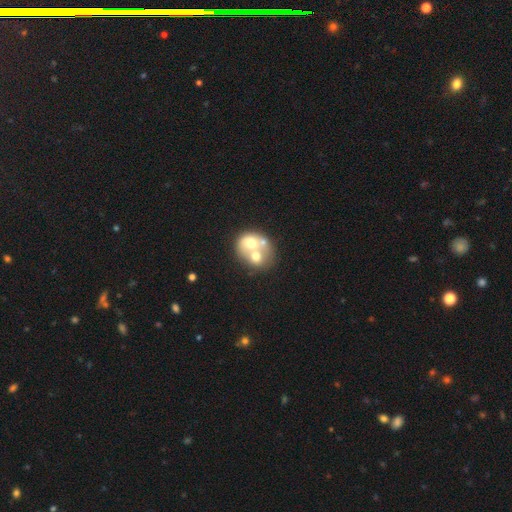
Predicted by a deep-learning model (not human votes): Smooth or featured? Predicted: smooth (p=0.53). How rounded? Predicted: round (p=0.61). Merging? Predicted: merger (p=0.72).